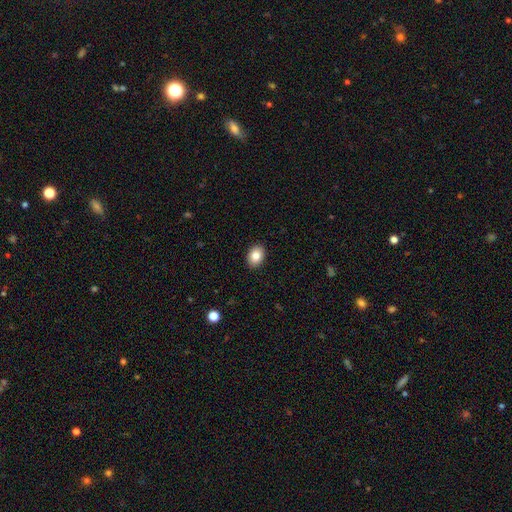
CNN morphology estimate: smooth-or-featured: smooth: 84% | star or artifact: 8% | featured or disk: 8%
  how-rounded: in between: 76% | round: 23% | cigar-shaped: 1%
  merging: none: 91% | minor disturbance: 7% | major disturbance: 2% | merger: 1%